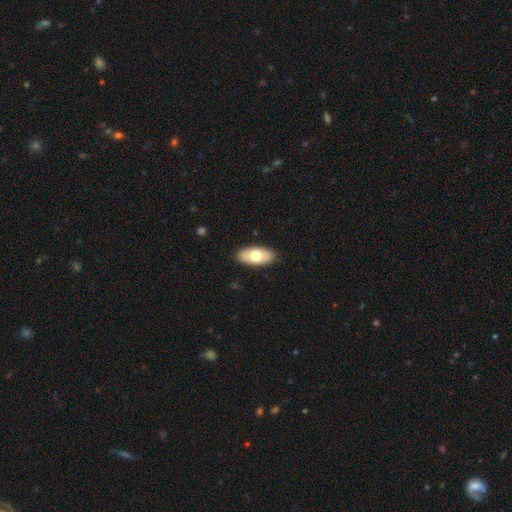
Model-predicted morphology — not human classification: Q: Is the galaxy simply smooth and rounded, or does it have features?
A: smooth — 73%.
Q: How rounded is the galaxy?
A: in between — 90%.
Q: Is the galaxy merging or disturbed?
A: none — 89%.